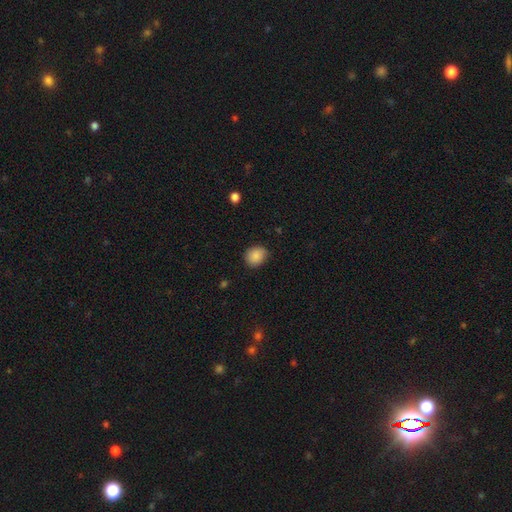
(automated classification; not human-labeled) A smooth galaxy with no disk features (88%) that is round (63%). Merging: none (80%).